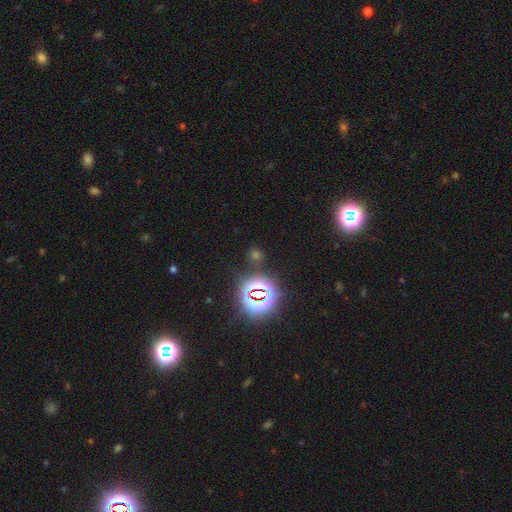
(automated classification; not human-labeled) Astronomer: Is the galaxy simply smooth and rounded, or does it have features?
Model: star or artifact — 64%.